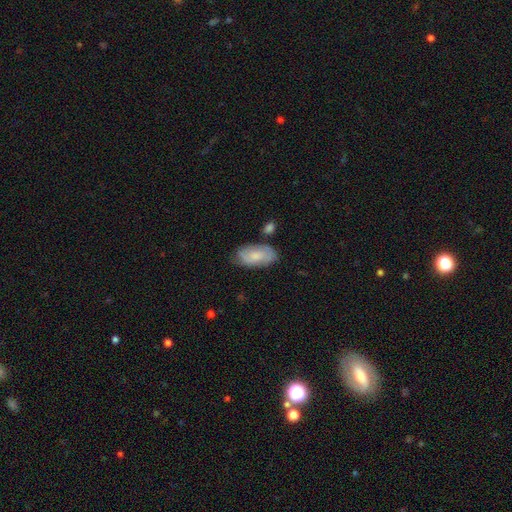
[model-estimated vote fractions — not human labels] smooth_or_featured: smooth (p=0.63) [alt: featured or disk p=0.31]
how_rounded: in between (p=0.93) [alt: cigar-shaped p=0.04]
merging: none (p=0.68) [alt: minor disturbance p=0.22]